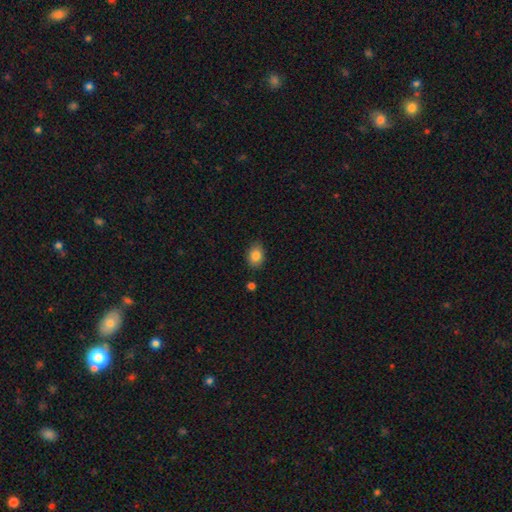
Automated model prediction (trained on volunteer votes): A smooth galaxy with no disk features (85%) that is in between round and cigar-shaped (70%).

Vote fractions:
- Smooth or featured? smooth: 85% / star or artifact: 9% / featured or disk: 6%
- How rounded? in between: 70% / round: 29% / cigar-shaped: 1%
- Merging? none: 81% / minor disturbance: 14% / major disturbance: 3% / merger: 2%